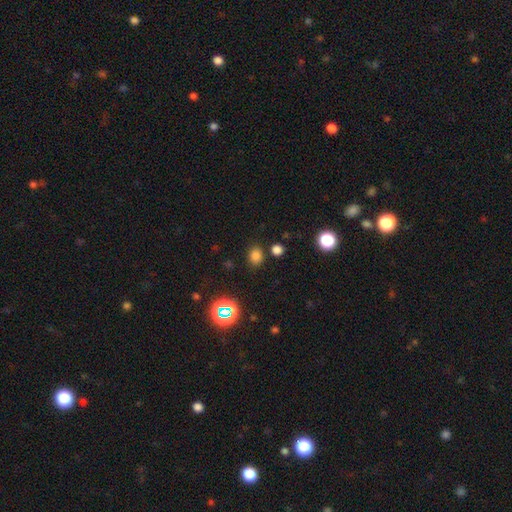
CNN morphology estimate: smooth_or_featured: smooth (p=0.75) [alt: star or artifact p=0.20]
how_rounded: round (p=0.56) [alt: in between p=0.43]
merging: none (p=0.81) [alt: minor disturbance p=0.10]